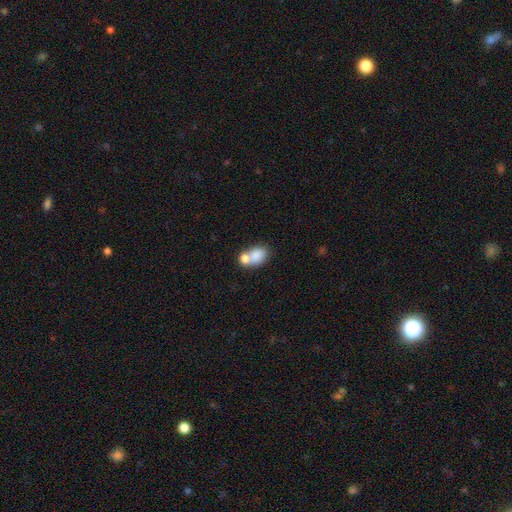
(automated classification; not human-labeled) This appears to be a smooth galaxy with no disk features (79%) that is in between round and cigar-shaped (71%). Merging: merger (55%).